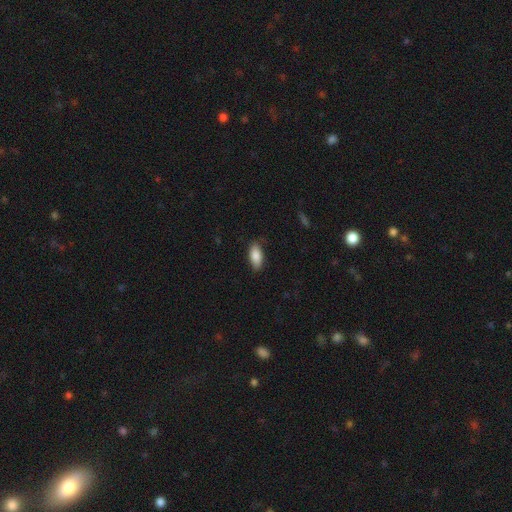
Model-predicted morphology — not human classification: This is clearly a smooth galaxy (85%). How rounded: clearly in between (88%). Merging: clearly none (81%).